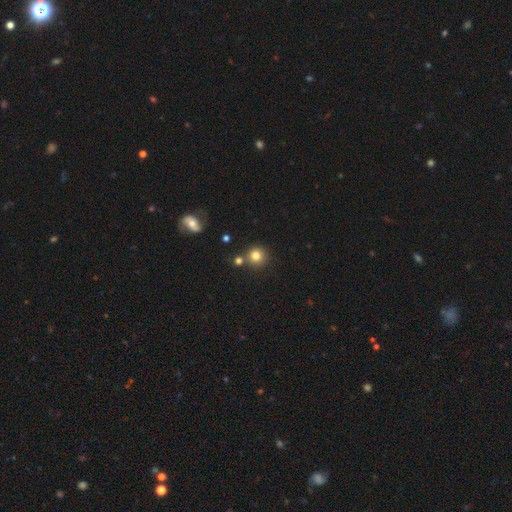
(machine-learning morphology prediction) Smooth or featured?
  - smooth: 80% *
  - star or artifact: 12%
  - featured or disk: 8%
How rounded?
  - round: 92% *
  - in between: 7%
  - cigar-shaped: 1%
Merging?
  - none: 76% *
  - merger: 12%
  - minor disturbance: 8%
  - major disturbance: 3%